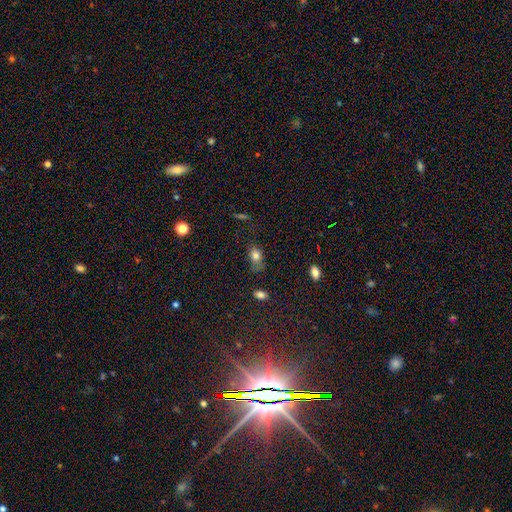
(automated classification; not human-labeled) A smooth galaxy with no disk features (79%) that is in between round and cigar-shaped (76%). Merging: none (41%).